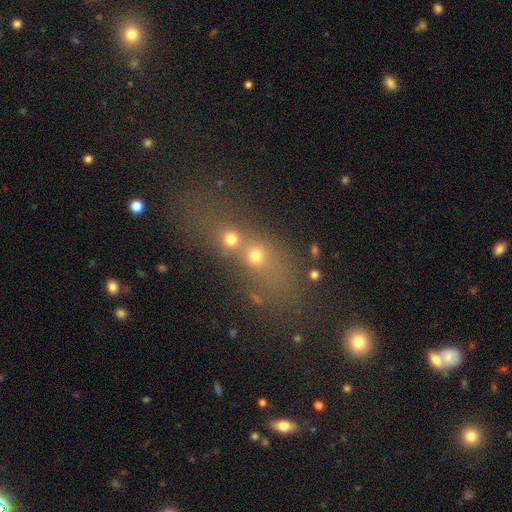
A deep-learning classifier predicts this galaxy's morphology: smooth-or-featured: smooth: 49% | star or artifact: 28% | featured or disk: 23%
  merging: merger: 63% | none: 25% | minor disturbance: 6% | major disturbance: 5%